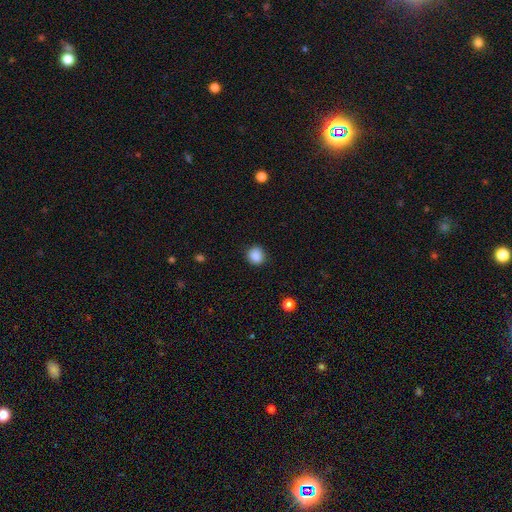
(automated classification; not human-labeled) This appears to be a smooth galaxy with no disk features (87%) that is round (87%). Merging: none (88%).